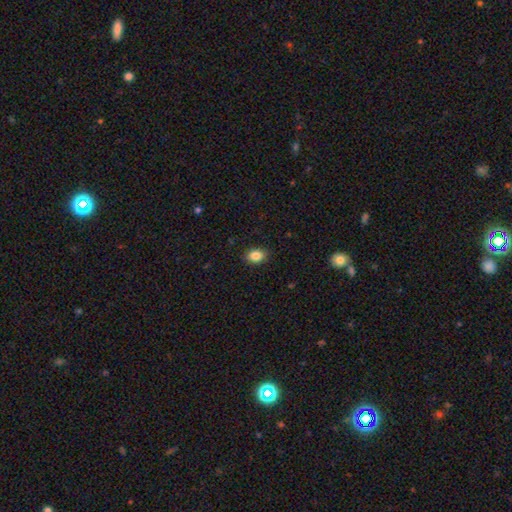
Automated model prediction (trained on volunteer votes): Smooth or featured? smooth (86%)
How rounded? in between (67%)
Merging? none (89%)